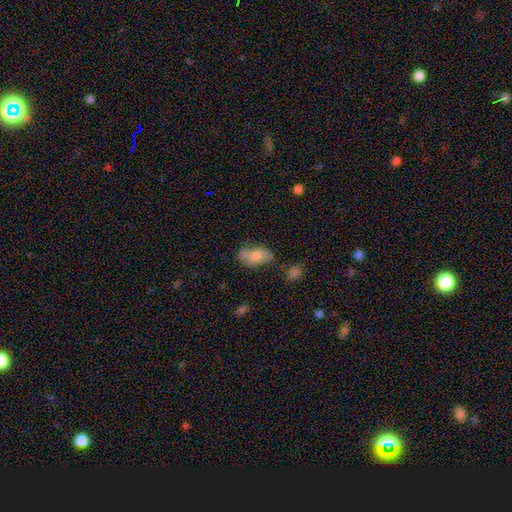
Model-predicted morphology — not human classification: smooth-or-featured: smooth: 66% | featured or disk: 25% | star or artifact: 9%
  how-rounded: in between: 90% | round: 6% | cigar-shaped: 4%
  merging: none: 47% | minor disturbance: 29% | major disturbance: 13% | merger: 11%